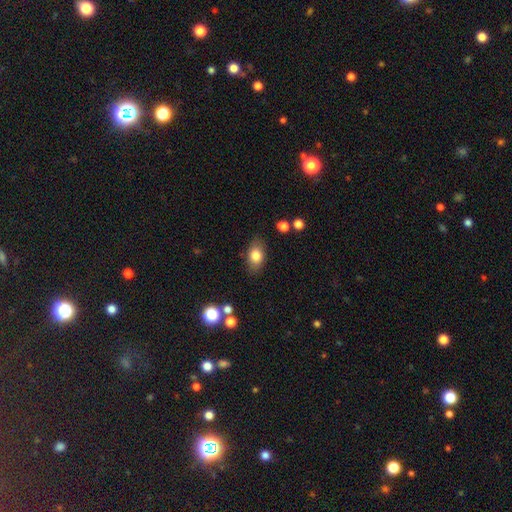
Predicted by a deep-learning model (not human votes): smooth_or_featured: smooth (p=0.80) [alt: featured or disk p=0.12]
how_rounded: in between (p=0.86) [alt: round p=0.12]
merging: none (p=0.82) [alt: minor disturbance p=0.12]